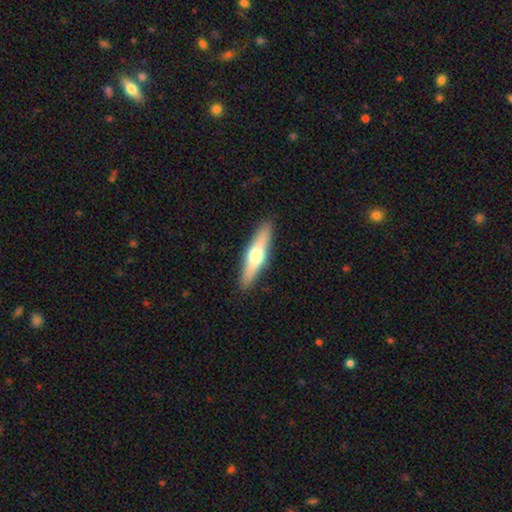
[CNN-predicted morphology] smooth 49%, featured or disk 46%, star or artifact 5%. Down the decision tree: merging — none (90%).